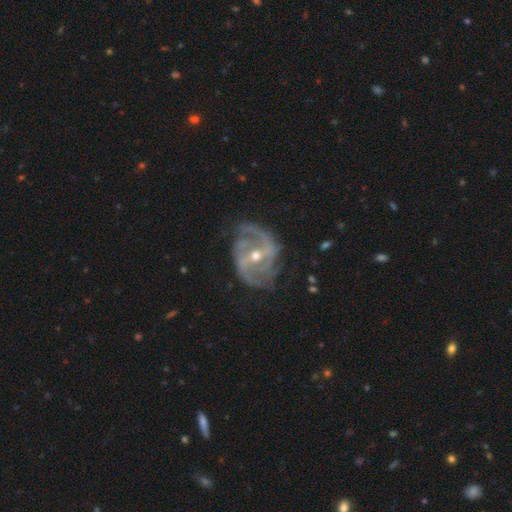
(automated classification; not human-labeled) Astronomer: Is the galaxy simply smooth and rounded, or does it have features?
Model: featured or disk — 90%.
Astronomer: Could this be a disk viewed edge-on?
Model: no — 97%.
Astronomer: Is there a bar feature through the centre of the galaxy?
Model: weak — 40% (runner-up: strong, 37%).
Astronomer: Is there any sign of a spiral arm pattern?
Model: yes — 96%.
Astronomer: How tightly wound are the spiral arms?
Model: medium — 48% (runner-up: tight, 28%).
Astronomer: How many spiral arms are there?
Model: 2 — 62%.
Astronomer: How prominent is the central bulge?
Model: moderate — 52% (runner-up: small, 46%).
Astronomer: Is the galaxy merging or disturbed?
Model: none — 68%.